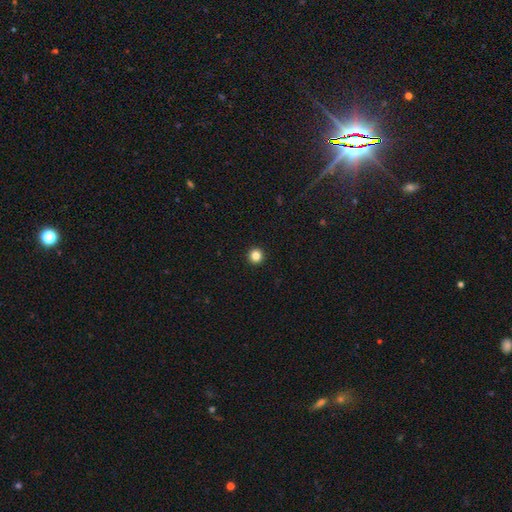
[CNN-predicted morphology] Q: Smooth or featured?
A: smooth (84%); runner-up: star or artifact (12%)
Q: How rounded?
A: round (96%); runner-up: in between (3%)
Q: Merging?
A: none (94%); runner-up: minor disturbance (4%)